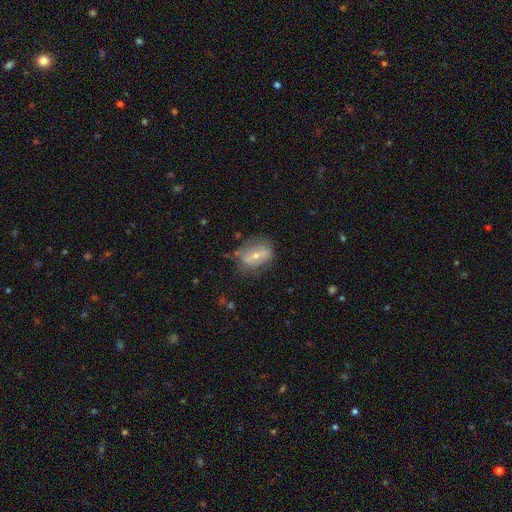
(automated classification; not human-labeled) A featured or disk galaxy (49%).

Vote fractions:
- Smooth or featured? featured or disk: 49% / smooth: 43% / star or artifact: 9%
- Merging? none: 63% / minor disturbance: 24% / major disturbance: 10% / merger: 3%